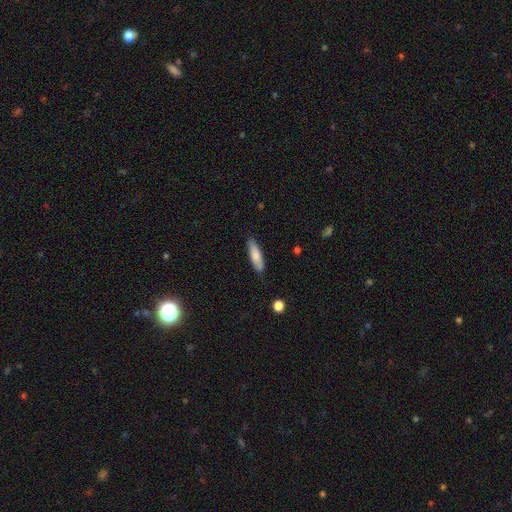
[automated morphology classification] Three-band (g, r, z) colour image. It shows a smooth galaxy with no disk features (80%) that is cigar-shaped (62%). Merging: none (83%).